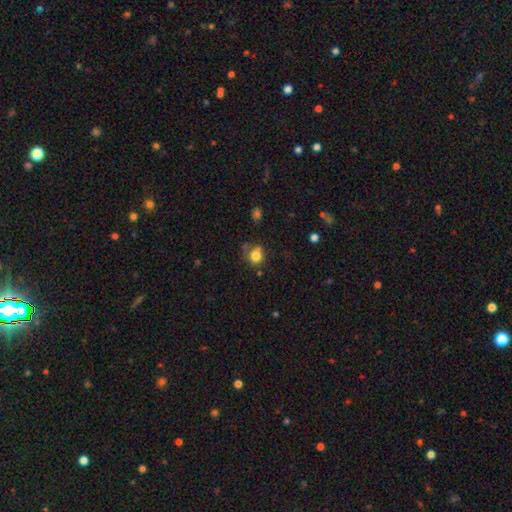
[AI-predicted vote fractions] Smooth or featured? smooth (80%)
How rounded? round (69%)
Merging? none (56%)